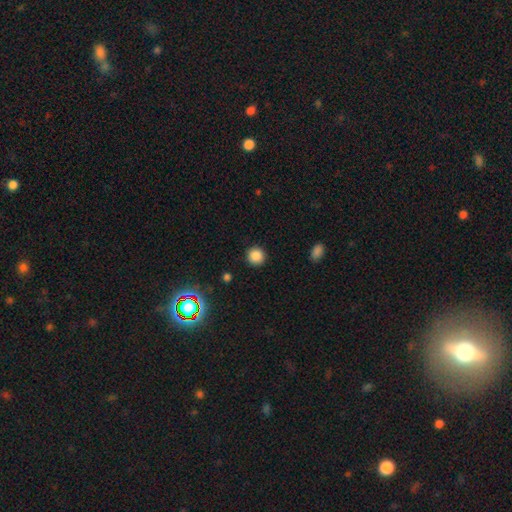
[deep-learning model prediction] Smooth or featured: smooth — 85% (star or artifact — 12%)
How rounded: round — 94% (in between — 5%)
Merging: none — 91% (minor disturbance — 6%)